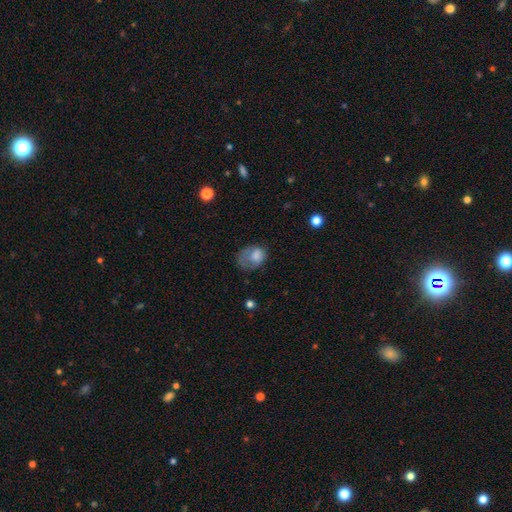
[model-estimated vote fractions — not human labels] Overall: smooth (70%). How rounded: in between (62%; round 37%). Merging: major disturbance (38%; none 30%).